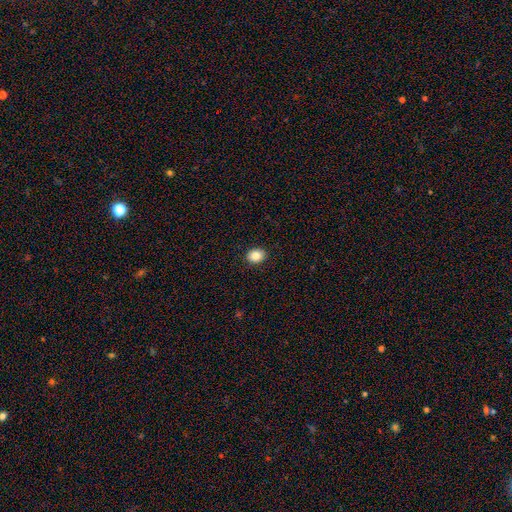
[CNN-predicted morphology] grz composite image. It shows a smooth galaxy with no disk features (85%) that is in between round and cigar-shaped (55%). Merging: none (90%).